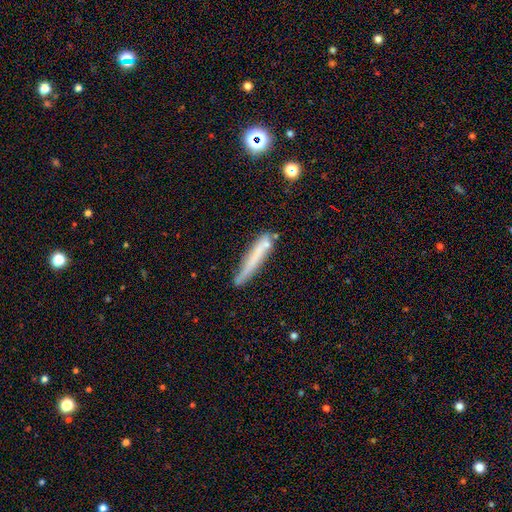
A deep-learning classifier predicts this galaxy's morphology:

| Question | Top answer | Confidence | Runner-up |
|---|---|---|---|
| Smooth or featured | smooth | 61% | featured or disk (31%) |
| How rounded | cigar-shaped | 94% | in between (4%) |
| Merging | none | 63% | minor disturbance (24%) |